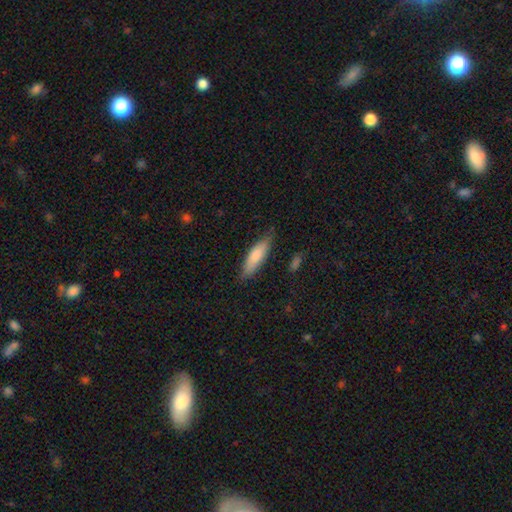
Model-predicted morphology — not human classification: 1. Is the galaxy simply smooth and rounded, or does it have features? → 81% smooth, 14% featured or disk, 6% star or artifact.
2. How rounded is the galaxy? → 56% cigar-shaped, 42% in between, 2% round.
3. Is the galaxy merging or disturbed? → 75% none, 19% minor disturbance, 4% major disturbance, 2% merger.